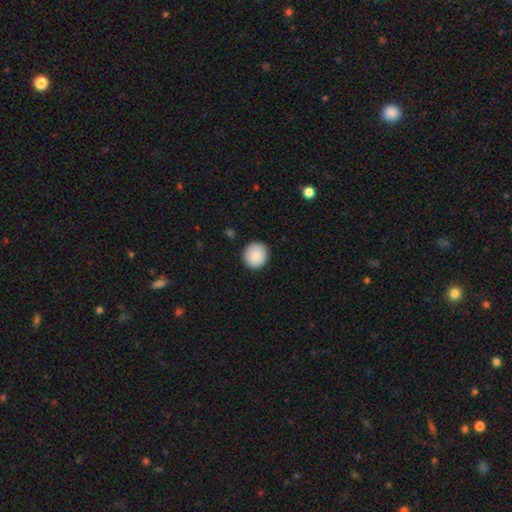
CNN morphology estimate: Smooth or featured? Predicted: smooth (p=0.87). How rounded? Predicted: round (p=0.89). Merging? Predicted: none (p=0.90).